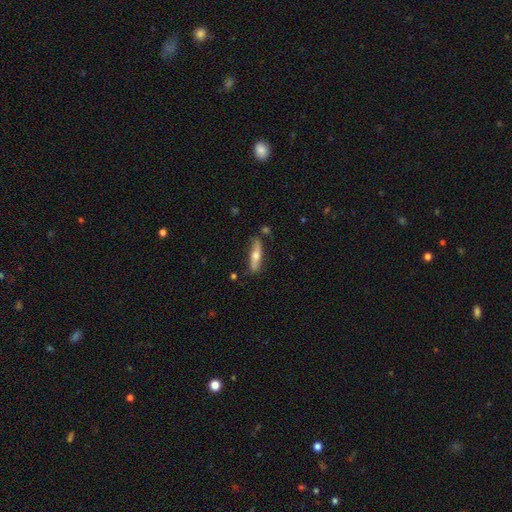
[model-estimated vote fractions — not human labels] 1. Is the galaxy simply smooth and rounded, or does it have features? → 48% featured or disk, 47% smooth, 6% star or artifact.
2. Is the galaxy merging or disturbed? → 79% none, 15% minor disturbance, 3% merger, 3% major disturbance.